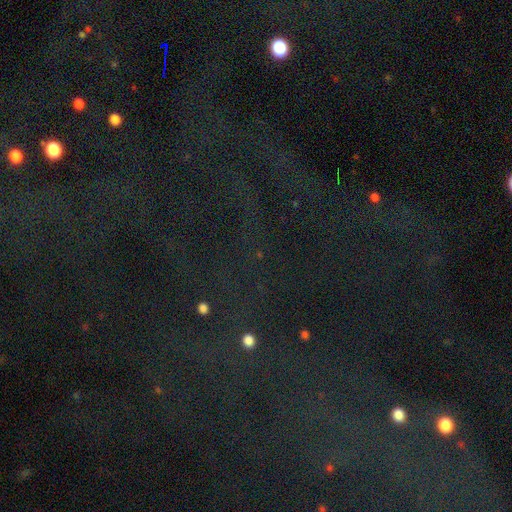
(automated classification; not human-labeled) Q: Smooth or featured?
A: star or artifact (77%); runner-up: smooth (12%)